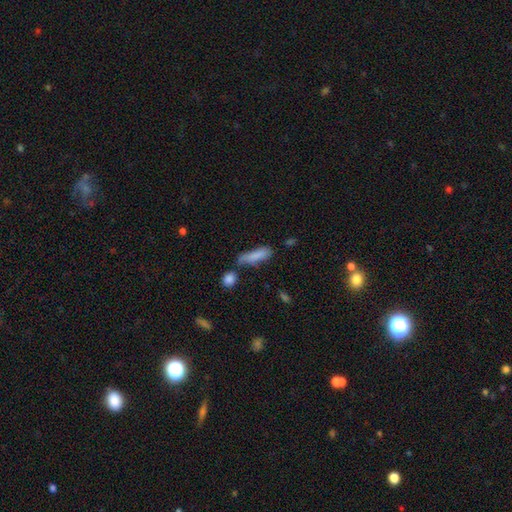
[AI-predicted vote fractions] Smooth or featured: smooth — 81% (featured or disk — 11%)
How rounded: cigar-shaped — 56% (in between — 42%)
Merging: none — 46% (minor disturbance — 26%)